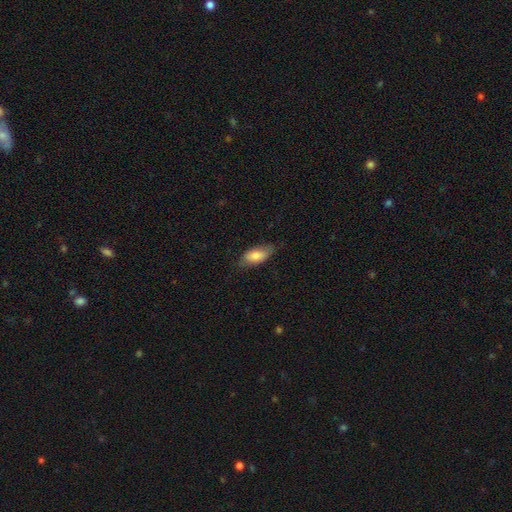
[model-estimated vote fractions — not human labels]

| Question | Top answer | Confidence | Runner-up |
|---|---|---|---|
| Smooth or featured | smooth | 78% | featured or disk (16%) |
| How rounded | in between | 85% | cigar-shaped (12%) |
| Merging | none | 69% | minor disturbance (24%) |